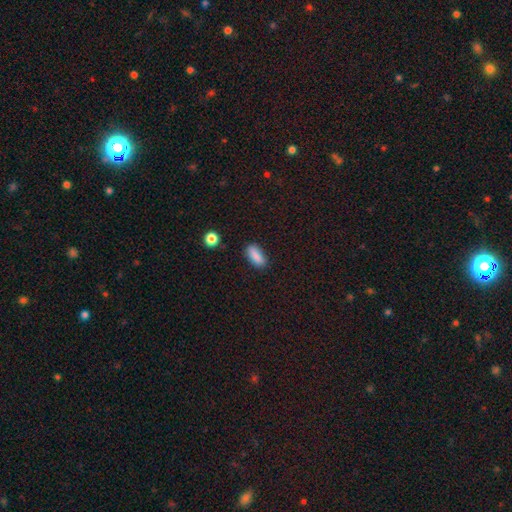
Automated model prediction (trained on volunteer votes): A smooth galaxy with no disk features (87%) that is in between round and cigar-shaped (78%).

Vote fractions:
- Smooth or featured? smooth: 87% / star or artifact: 8% / featured or disk: 5%
- How rounded? in between: 78% / cigar-shaped: 18% / round: 3%
- Merging? none: 82% / minor disturbance: 13% / major disturbance: 3% / merger: 2%